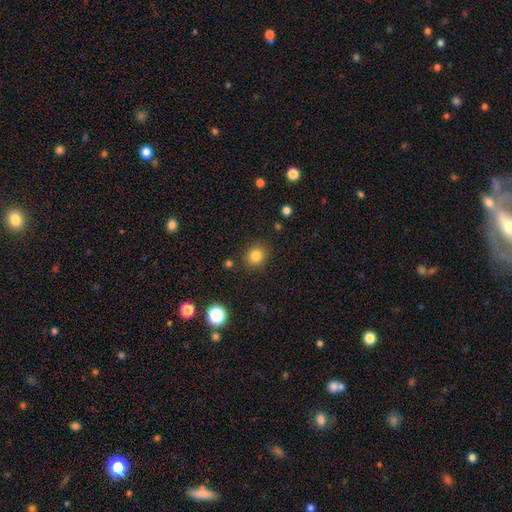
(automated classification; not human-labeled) Smooth or featured?
  - smooth: 82% *
  - star or artifact: 12%
  - featured or disk: 6%
How rounded?
  - round: 77% *
  - in between: 22%
  - cigar-shaped: 1%
Merging?
  - none: 86% *
  - minor disturbance: 9%
  - major disturbance: 3%
  - merger: 2%